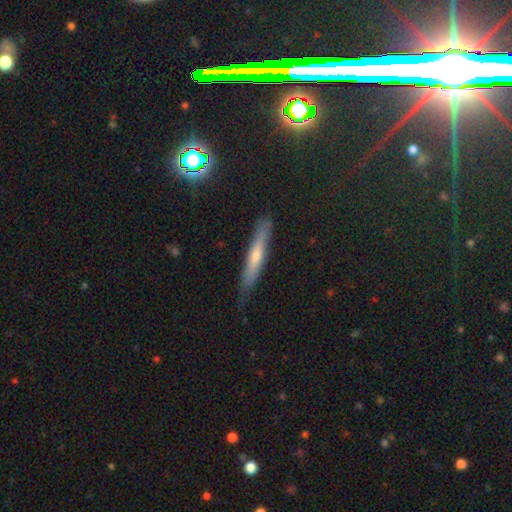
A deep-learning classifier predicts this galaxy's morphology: The model was most divided on "smooth or featured": smooth: 46%, featured or disk: 45%, star or artifact: 9%. More confident: merging — none (80%).